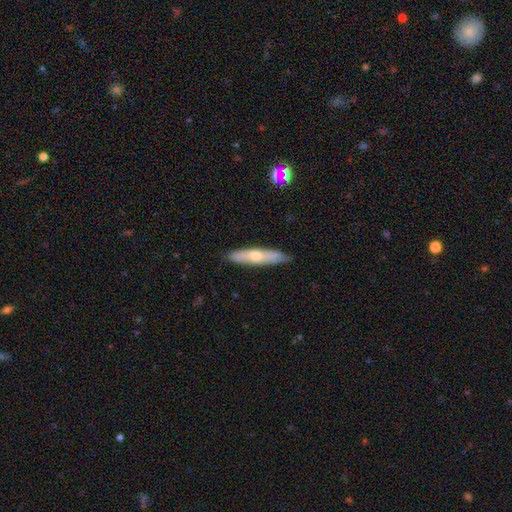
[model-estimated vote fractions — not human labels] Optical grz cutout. It shows a smooth galaxy with no disk features (47%). Merging: none (88%).